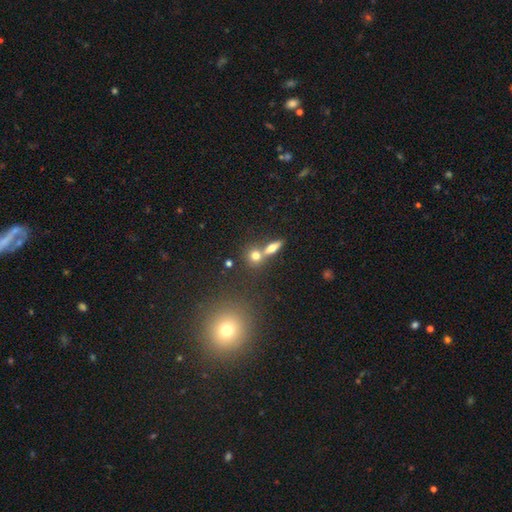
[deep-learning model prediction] Smooth or featured? Predicted: smooth (p=0.70). How rounded? Predicted: round (p=0.71). Merging? Predicted: none (p=0.53).